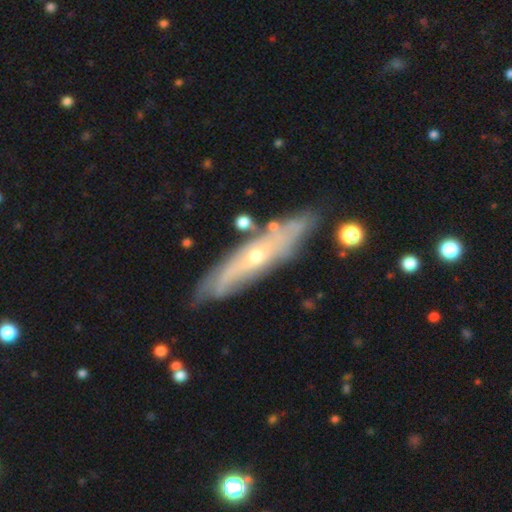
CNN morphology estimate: type=featured or disk (73%); edge-on=no (53%); merging=none (79%).